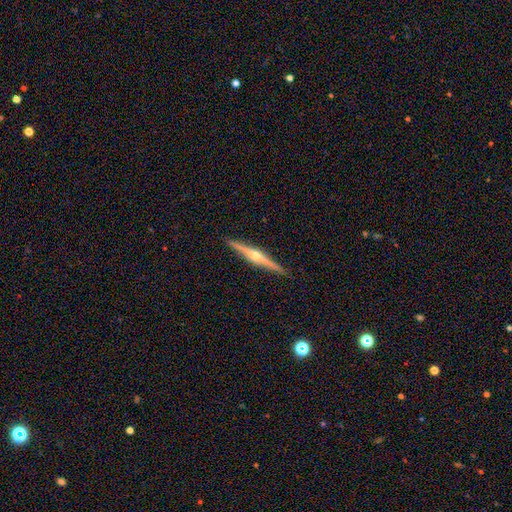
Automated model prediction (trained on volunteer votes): A featured or disk galaxy (83%) viewed edge-on (98%) with a rounded central bulge (93%).

Vote fractions:
- Smooth or featured? featured or disk: 83% / smooth: 12% / star or artifact: 5%
- Edge-on disk? yes: 98% / no: 2%
- Edge-on bulge? rounded: 93% / boxy: 4% / none: 4%
- Merging? none: 92% / minor disturbance: 6% / major disturbance: 1% / merger: 1%